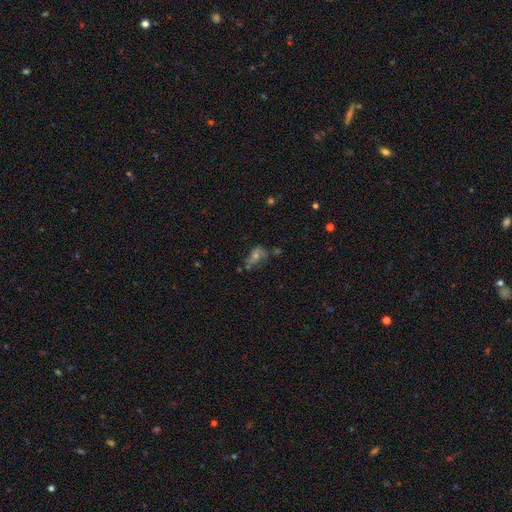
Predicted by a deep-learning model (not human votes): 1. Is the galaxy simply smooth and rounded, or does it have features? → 39% featured or disk, 36% smooth, 25% star or artifact.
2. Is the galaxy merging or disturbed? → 54% none, 24% minor disturbance, 14% major disturbance, 8% merger.